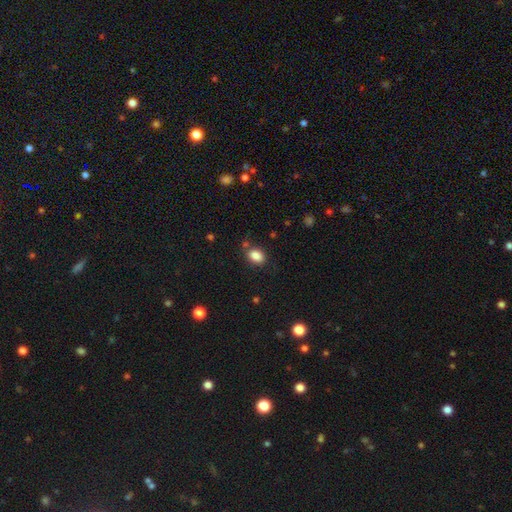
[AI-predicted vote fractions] Morphology: type=smooth (86%); roundness=in between (76%); merging=none (77%).